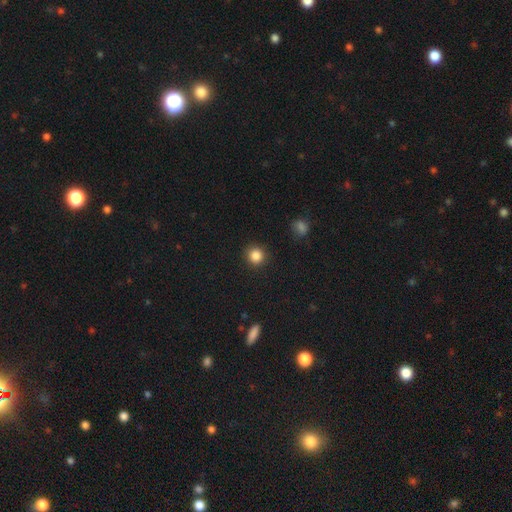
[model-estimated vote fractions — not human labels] Q: Smooth or featured?
A: smooth (86%); runner-up: star or artifact (11%)
Q: How rounded?
A: round (92%); runner-up: in between (7%)
Q: Merging?
A: none (91%); runner-up: minor disturbance (6%)